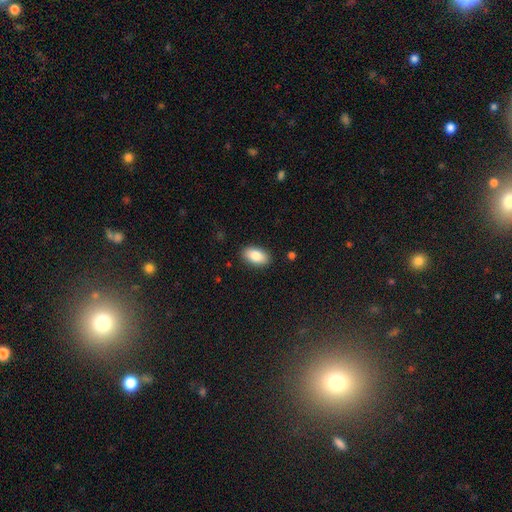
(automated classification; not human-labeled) Q: Smooth or featured?
A: smooth (85%); runner-up: featured or disk (8%)
Q: How rounded?
A: in between (93%); runner-up: round (4%)
Q: Merging?
A: none (88%); runner-up: minor disturbance (8%)